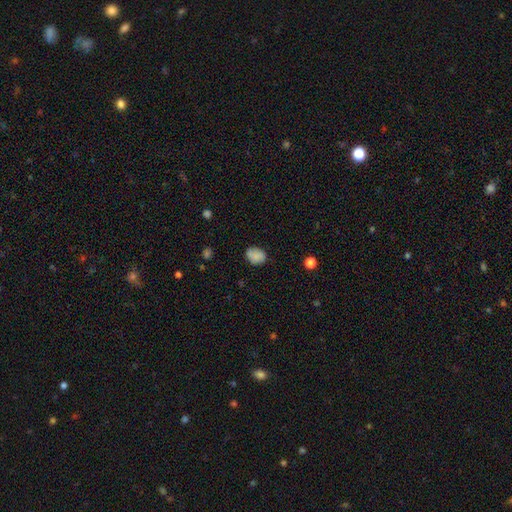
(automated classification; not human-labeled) Smooth or featured?
  - smooth: 84% *
  - star or artifact: 9%
  - featured or disk: 7%
How rounded?
  - in between: 59% *
  - round: 40%
  - cigar-shaped: 1%
Merging?
  - none: 76% *
  - minor disturbance: 18%
  - major disturbance: 4%
  - merger: 2%